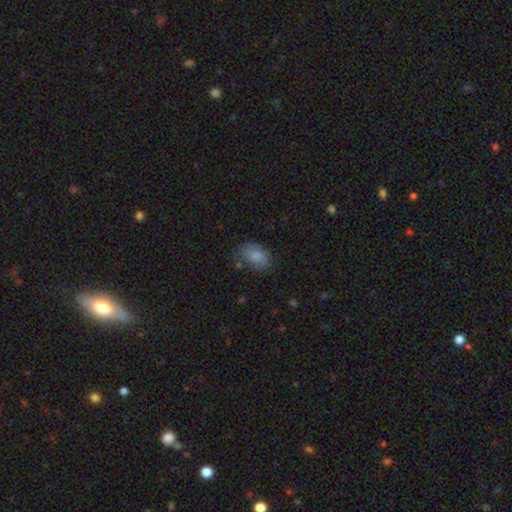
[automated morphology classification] This is likely a smooth galaxy (80%). How rounded: clearly in between (85%). Merging: likely none (65%).